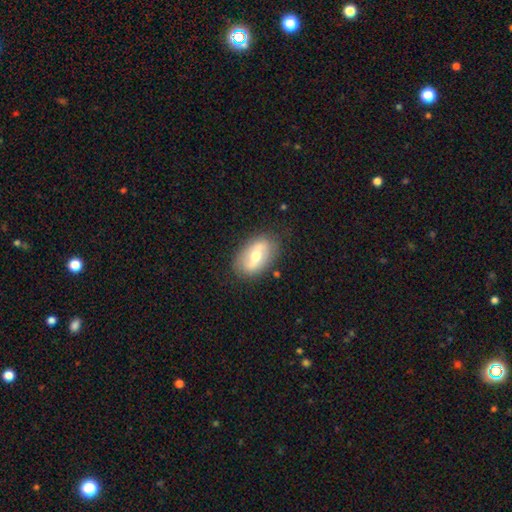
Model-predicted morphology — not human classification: This appears to be a featured or disk galaxy (56%). Merging: none (80%).